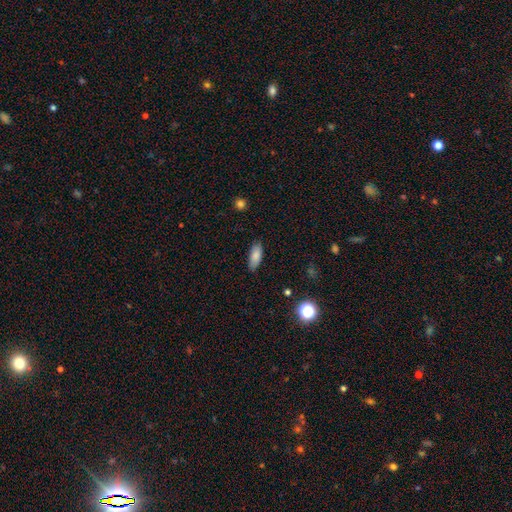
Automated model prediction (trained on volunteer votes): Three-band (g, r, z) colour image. It shows a smooth galaxy with no disk features (84%) that is in between round and cigar-shaped (78%). Merging: none (85%).